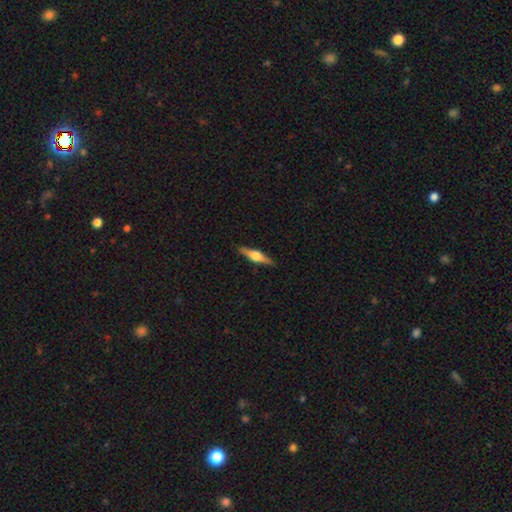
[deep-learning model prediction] A featured or disk galaxy (70%) viewed edge-on (97%) with a rounded central bulge (90%). Merging: none (89%).